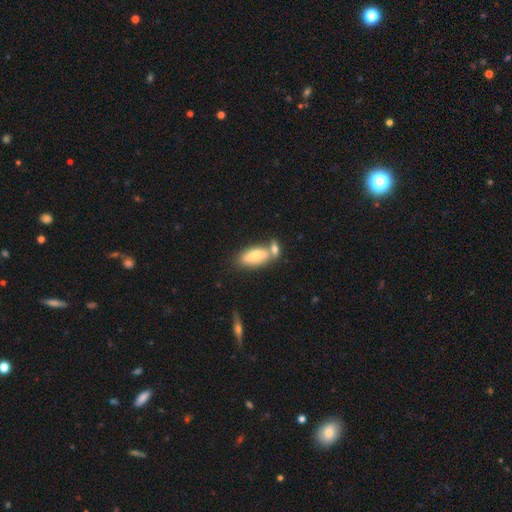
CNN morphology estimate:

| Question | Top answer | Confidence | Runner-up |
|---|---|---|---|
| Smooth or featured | smooth | 75% | featured or disk (19%) |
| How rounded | in between | 82% | cigar-shaped (16%) |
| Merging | none | 43% | merger (40%) |